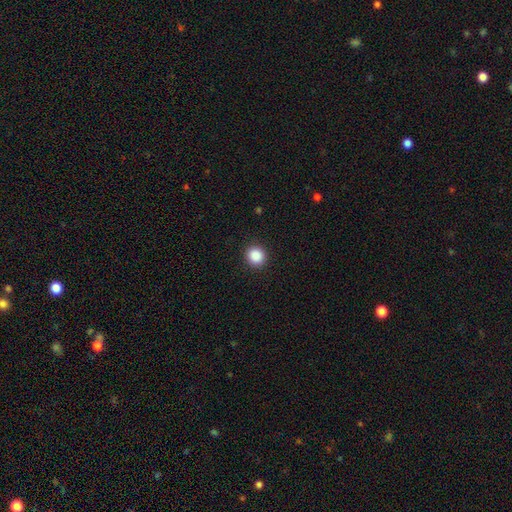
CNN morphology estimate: The model was most divided on "smooth or featured": smooth: 88%, star or artifact: 10%, featured or disk: 3%. More confident: merging — none (92%); how rounded — round (92%).